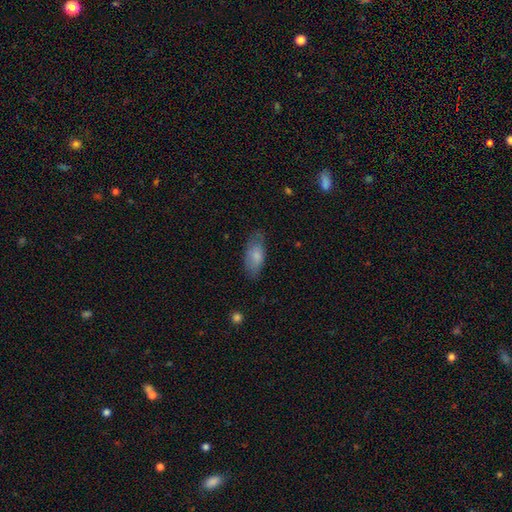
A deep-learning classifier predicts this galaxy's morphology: Smooth or featured: smooth — 78% (featured or disk — 16%)
How rounded: in between — 86% (cigar-shaped — 12%)
Merging: none — 73% (minor disturbance — 21%)